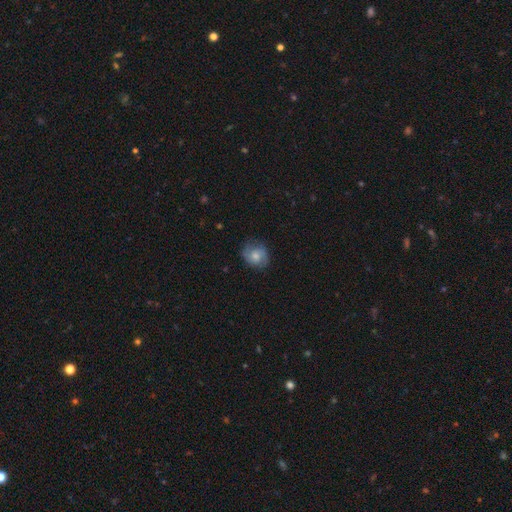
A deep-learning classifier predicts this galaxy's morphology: Smooth or featured: smooth — 46% (featured or disk — 45%)
Merging: none — 74% (minor disturbance — 19%)